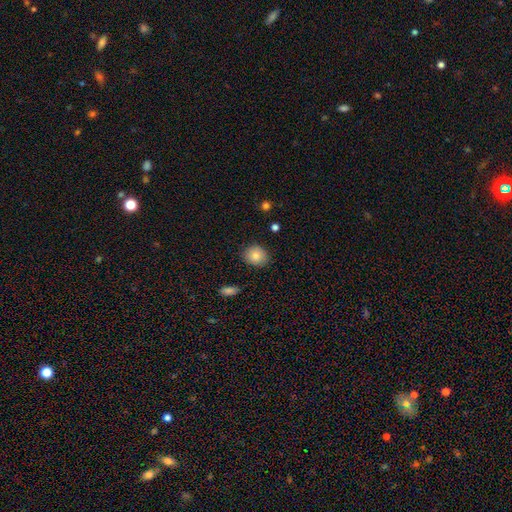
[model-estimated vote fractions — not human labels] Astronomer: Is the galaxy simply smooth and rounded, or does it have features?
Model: smooth — 83%.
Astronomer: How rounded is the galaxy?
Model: round — 71%.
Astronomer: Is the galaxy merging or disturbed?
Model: none — 86%.